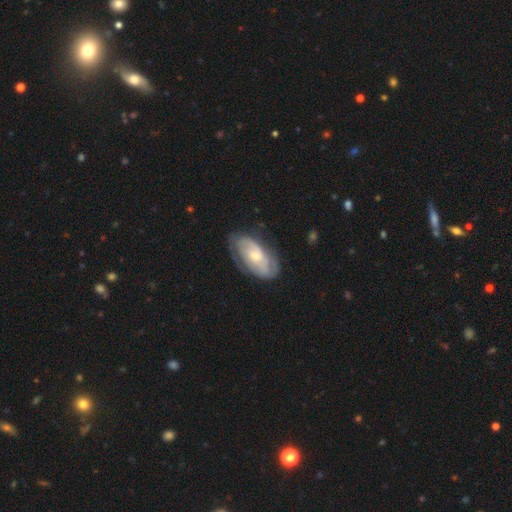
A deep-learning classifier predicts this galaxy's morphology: smooth_or_featured: featured or disk (p=0.66) [alt: smooth p=0.28]
disk_edge_on: no (p=0.93) [alt: yes p=0.07]
bar: no (p=0.64) [alt: weak p=0.29]
has_spiral_arms: yes (p=0.77) [alt: no p=0.23]
bulge_size: small (p=0.47) [tied with: moderate p=0.47]
merging: none (p=0.65) [alt: minor disturbance p=0.24]